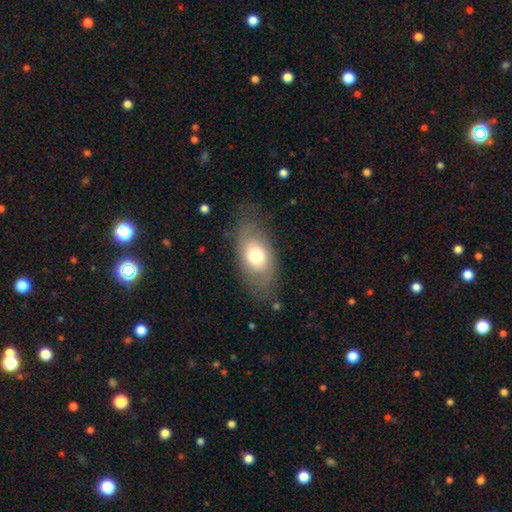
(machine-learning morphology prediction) This appears to be a smooth galaxy with no disk features (62%) that is in between round and cigar-shaped (88%). Merging: none (73%).